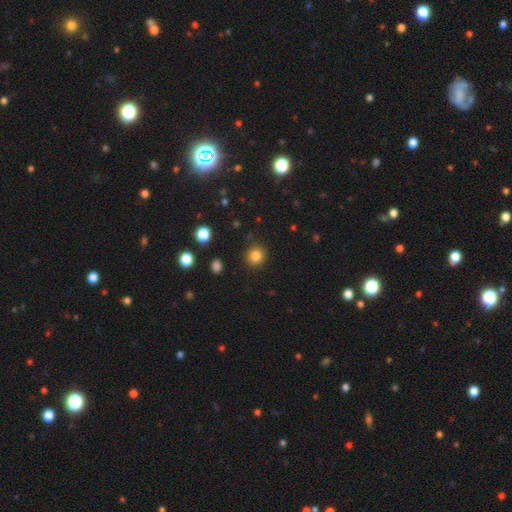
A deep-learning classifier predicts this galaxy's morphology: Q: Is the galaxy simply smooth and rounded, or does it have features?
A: smooth — 84%.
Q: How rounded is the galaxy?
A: round — 89%.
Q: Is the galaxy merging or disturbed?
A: none — 89%.